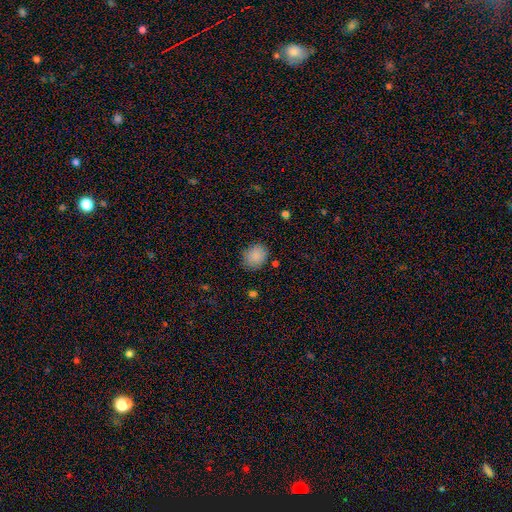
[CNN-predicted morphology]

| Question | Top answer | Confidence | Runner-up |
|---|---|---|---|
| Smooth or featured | smooth | 87% | star or artifact (9%) |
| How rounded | round | 68% | in between (31%) |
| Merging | none | 84% | minor disturbance (12%) |